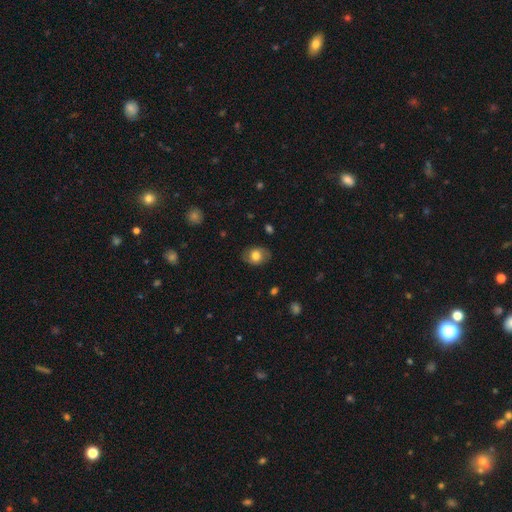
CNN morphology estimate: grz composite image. It shows a smooth galaxy with no disk features (75%) that is in between round and cigar-shaped (61%). Merging: none (80%).